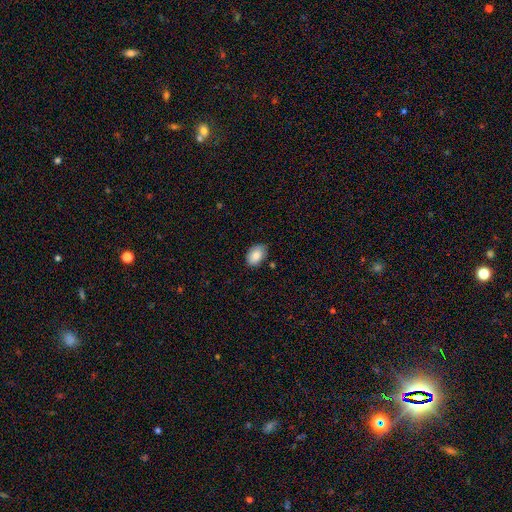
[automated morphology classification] Smooth or featured: smooth — 86% (featured or disk — 7%)
How rounded: in between — 89% (round — 10%)
Merging: none — 81% (minor disturbance — 15%)